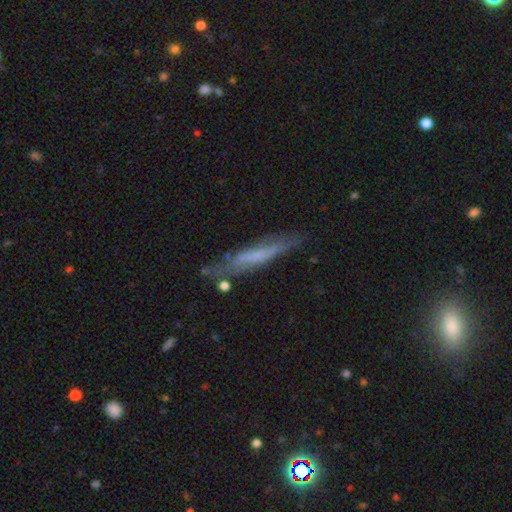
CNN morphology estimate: Smooth or featured? featured or disk (47%)
Merging? none (69%)